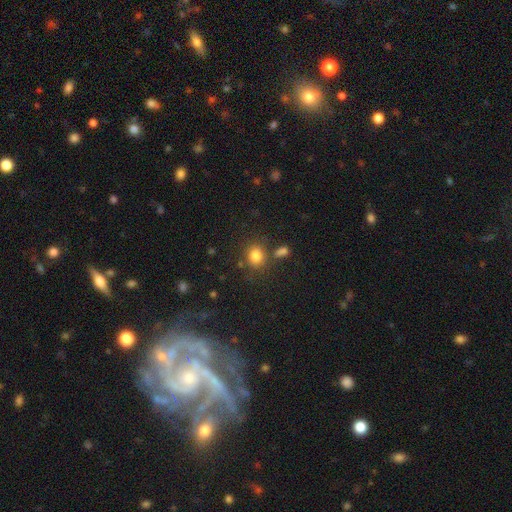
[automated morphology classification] The model was most divided on "how rounded": round: 69%, in between: 30%, cigar-shaped: 1%. More confident: smooth or featured — smooth (82%); merging — none (72%).